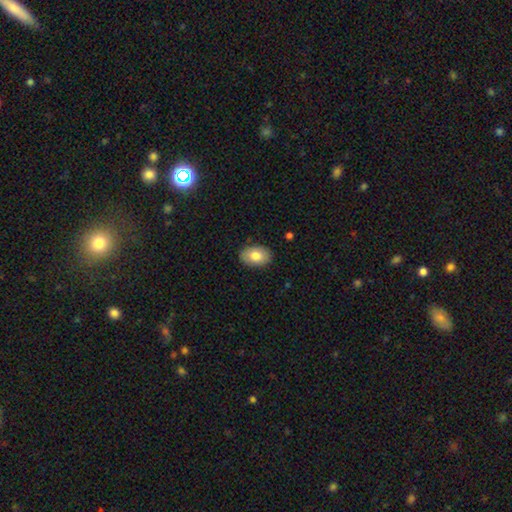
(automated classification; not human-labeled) Q: Smooth or featured?
A: smooth (80%); runner-up: featured or disk (13%)
Q: How rounded?
A: in between (84%); runner-up: round (15%)
Q: Merging?
A: none (87%); runner-up: minor disturbance (10%)